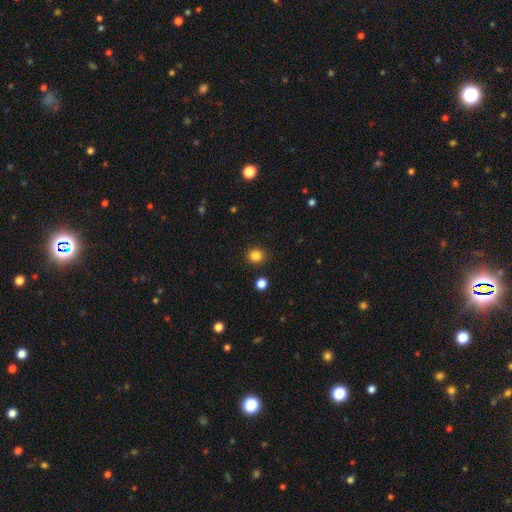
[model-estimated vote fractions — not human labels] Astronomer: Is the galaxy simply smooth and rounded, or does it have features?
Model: smooth — 84%.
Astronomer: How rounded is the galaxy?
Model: round — 85%.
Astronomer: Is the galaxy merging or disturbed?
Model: none — 91%.